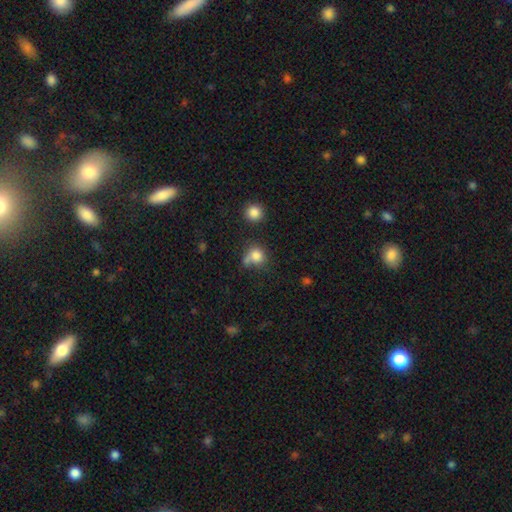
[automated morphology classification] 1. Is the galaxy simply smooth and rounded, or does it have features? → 80% smooth, 12% star or artifact, 8% featured or disk.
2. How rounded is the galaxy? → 78% round, 21% in between, 1% cigar-shaped.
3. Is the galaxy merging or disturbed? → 49% none, 20% merger, 20% minor disturbance, 11% major disturbance.